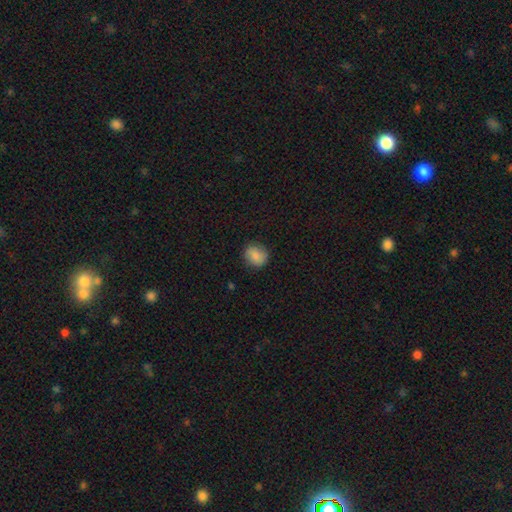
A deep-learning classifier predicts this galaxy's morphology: Overall: smooth (85%). How rounded: round (76%). Merging: none (85%).